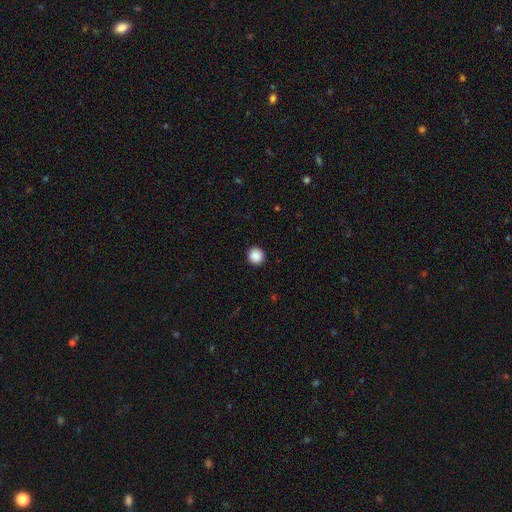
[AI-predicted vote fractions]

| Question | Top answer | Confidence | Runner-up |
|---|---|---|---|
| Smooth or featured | smooth | 88% | star or artifact (9%) |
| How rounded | round | 94% | in between (5%) |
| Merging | none | 93% | minor disturbance (5%) |